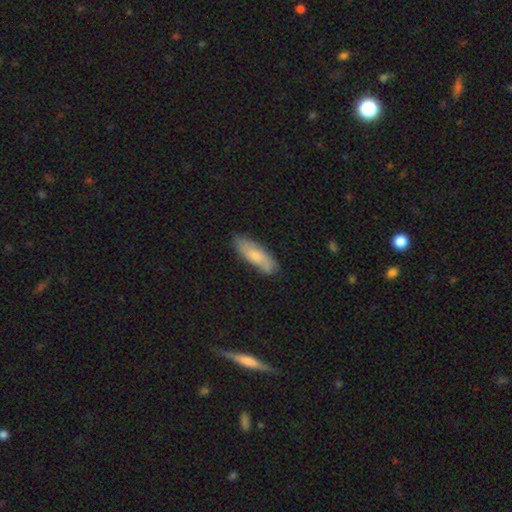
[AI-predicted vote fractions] Q: Smooth or featured?
A: smooth (74%); runner-up: featured or disk (20%)
Q: How rounded?
A: in between (53%); runner-up: cigar-shaped (45%)
Q: Merging?
A: none (79%); runner-up: minor disturbance (17%)